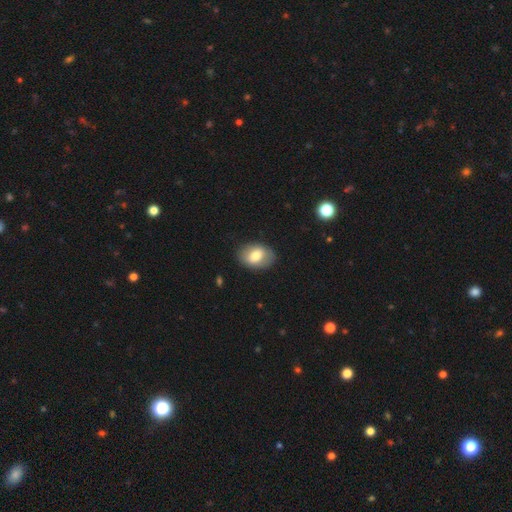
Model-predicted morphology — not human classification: Smooth or featured: smooth — 71% (featured or disk — 21%)
How rounded: in between — 77% (round — 22%)
Merging: none — 84% (minor disturbance — 12%)